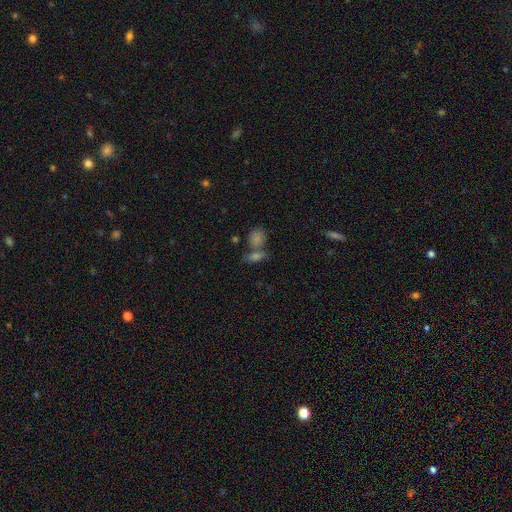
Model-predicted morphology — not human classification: A smooth galaxy with no disk features (46%). Merging: none (49%).